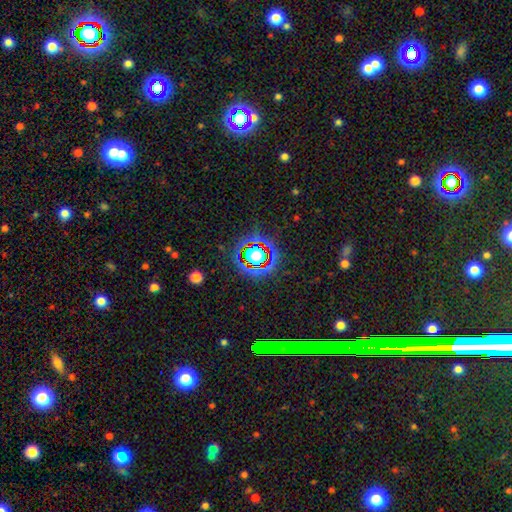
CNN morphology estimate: Smooth or featured? star or artifact (63%)